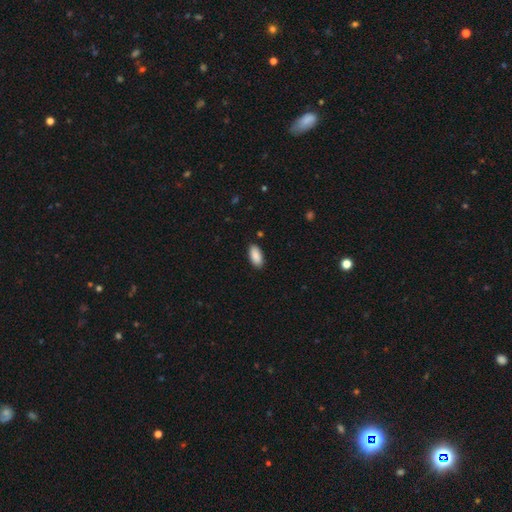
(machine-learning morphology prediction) A smooth galaxy with no disk features (90%) that is in between round and cigar-shaped (92%). Merging: none (88%).